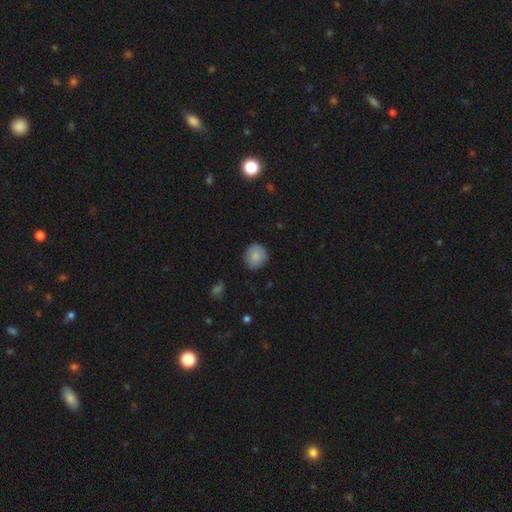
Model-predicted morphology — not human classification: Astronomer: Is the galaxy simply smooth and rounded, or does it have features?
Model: smooth — 86%.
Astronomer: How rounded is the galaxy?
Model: round — 88%.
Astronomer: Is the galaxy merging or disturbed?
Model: none — 85%.